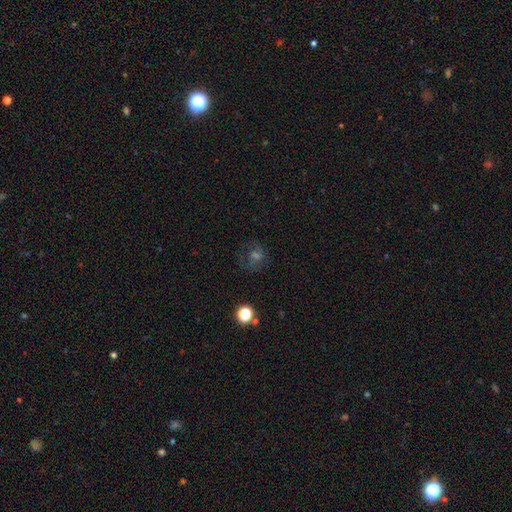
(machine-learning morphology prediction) This is marginally a featured or disk galaxy (37%). Merging: likely none (69%).